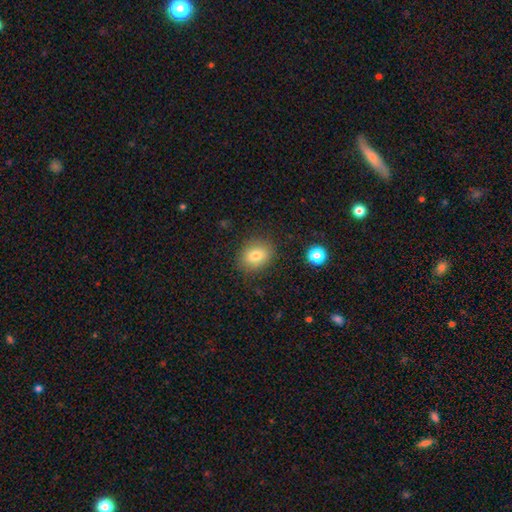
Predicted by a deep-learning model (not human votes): Morphology: type=smooth (79%); roundness=in between (49%, tied with round); merging=none (84%).